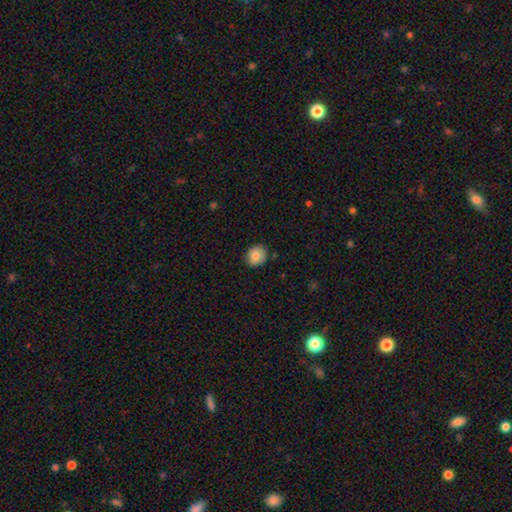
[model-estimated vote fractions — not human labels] smooth-or-featured: smooth: 84% | star or artifact: 8% | featured or disk: 7%
  how-rounded: round: 68% | in between: 31% | cigar-shaped: 1%
  merging: none: 86% | minor disturbance: 11% | major disturbance: 2% | merger: 1%